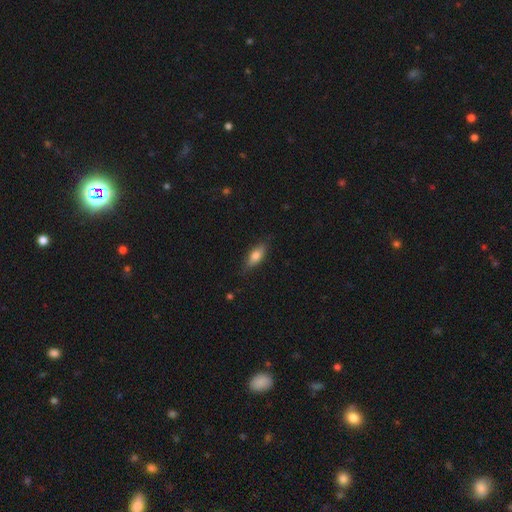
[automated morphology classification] Smooth or featured? Predicted: smooth (p=0.72). How rounded? Predicted: in between (p=0.72). Merging? Predicted: none (p=0.81).